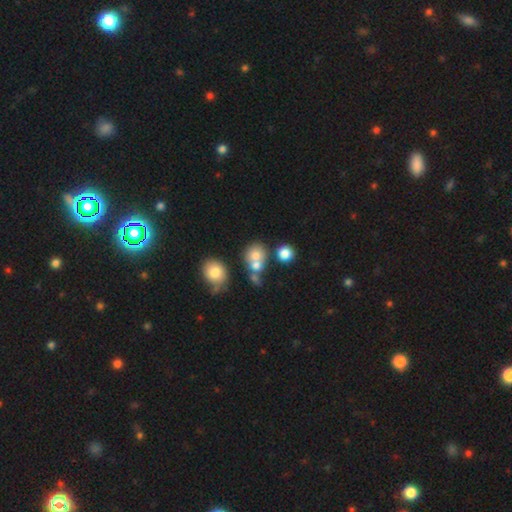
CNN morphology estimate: This appears to be a smooth galaxy with no disk features (69%) that is round (77%). Merging: merger (50%).